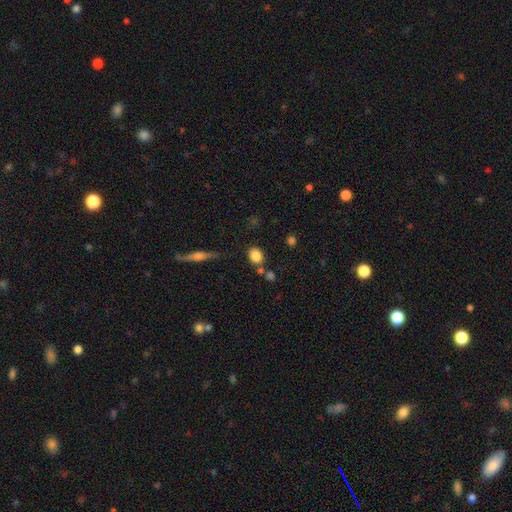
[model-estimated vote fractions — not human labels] The model was most divided on "how rounded": in between: 58%, round: 40%, cigar-shaped: 2%. More confident: smooth or featured — smooth (84%); merging — none (73%).